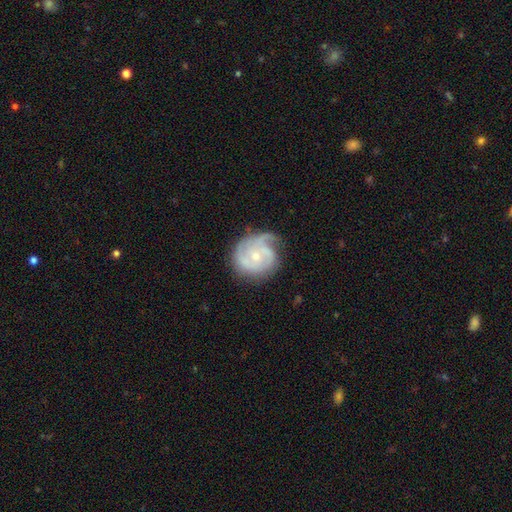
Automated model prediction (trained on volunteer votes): Morphology: type=featured or disk (84%); edge-on=no (98%); bar=no (72%); spiral arms=yes (96%); winding=tight (51%); arm count=3 (45%); bulge=small (69%); merging=none (61%).